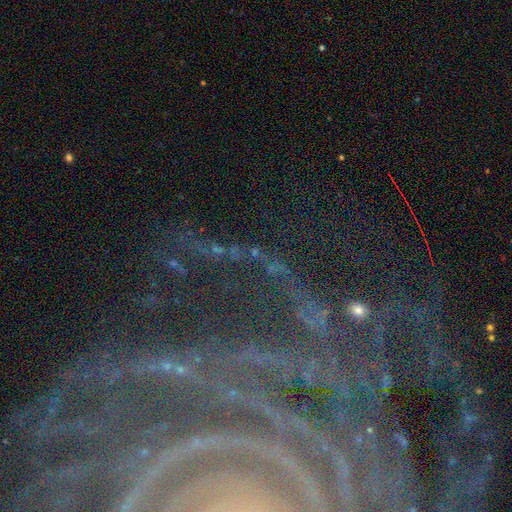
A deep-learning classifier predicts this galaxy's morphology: This appears to be a featured or disk galaxy (64%) with a strong bar (36%), tight (72%) spiral arms (94%) and a small central bulge (67%). Merging: none (74%).